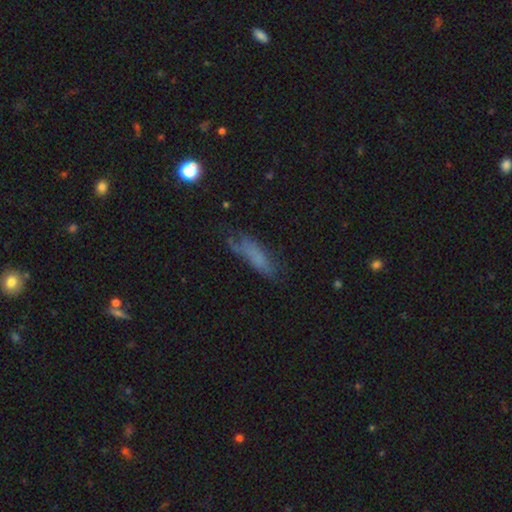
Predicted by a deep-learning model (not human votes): Smooth or featured? Predicted: smooth (p=0.62). How rounded? Predicted: cigar-shaped (p=0.57). Merging? Predicted: none (p=0.48).